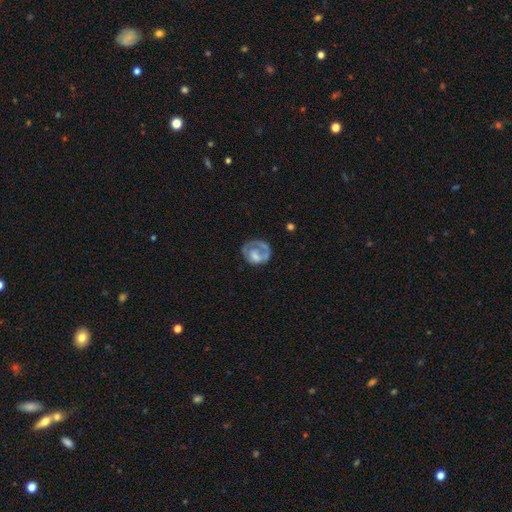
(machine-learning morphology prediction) Smooth or featured? Predicted: featured or disk (p=0.50). Merging? Predicted: none (p=0.43).